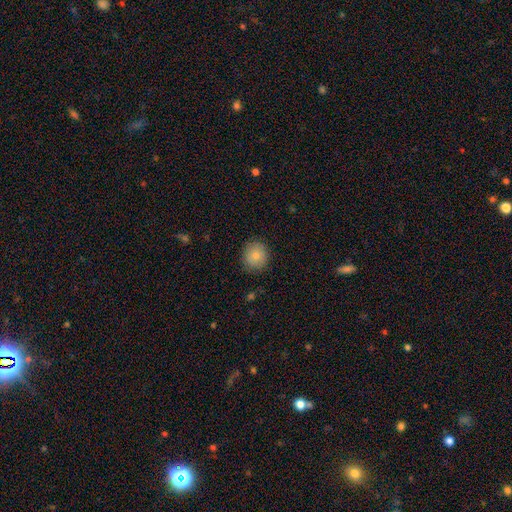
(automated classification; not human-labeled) Overall: smooth (80%). How rounded: round (87%). Merging: none (86%).